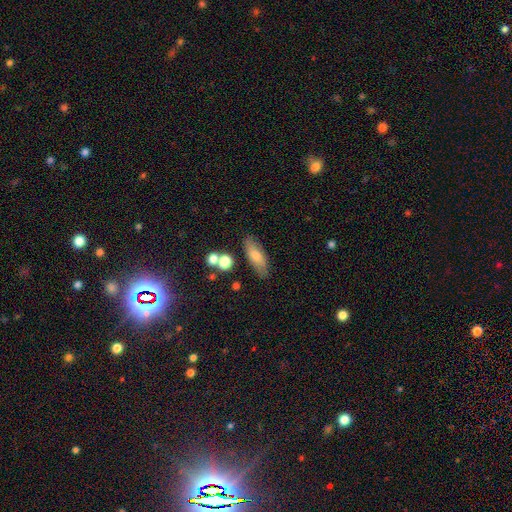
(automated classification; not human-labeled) Overall: smooth (69%). How rounded: in between (61%; cigar-shaped 35%). Merging: none (80%).